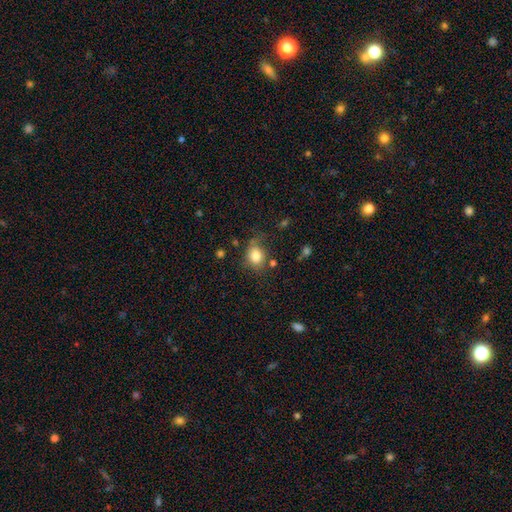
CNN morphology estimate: A smooth galaxy with no disk features (82%) that is round (57%). Merging: none (62%).